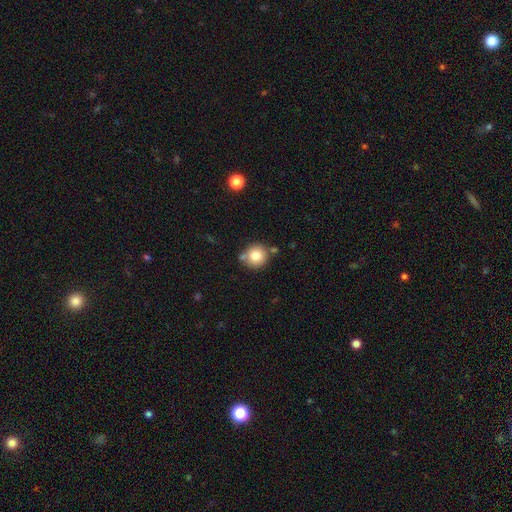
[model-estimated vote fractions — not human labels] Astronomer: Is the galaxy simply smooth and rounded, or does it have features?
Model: smooth — 80%.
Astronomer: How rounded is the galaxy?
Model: round — 92%.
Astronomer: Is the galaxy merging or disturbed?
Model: none — 69%.